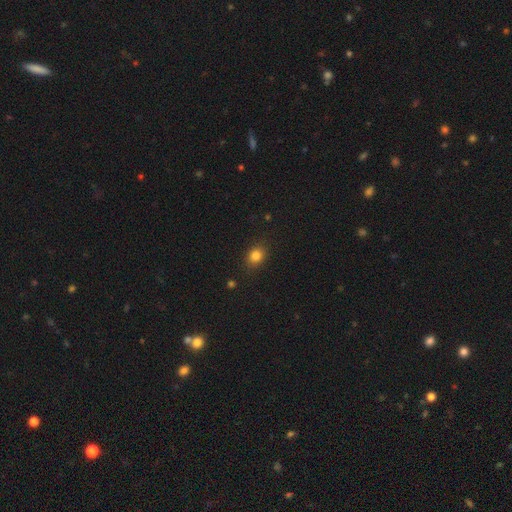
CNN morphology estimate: smooth-or-featured: smooth: 82% | star or artifact: 12% | featured or disk: 6%
  how-rounded: round: 55% | in between: 44% | cigar-shaped: 1%
  merging: none: 87% | minor disturbance: 9% | major disturbance: 3% | merger: 1%